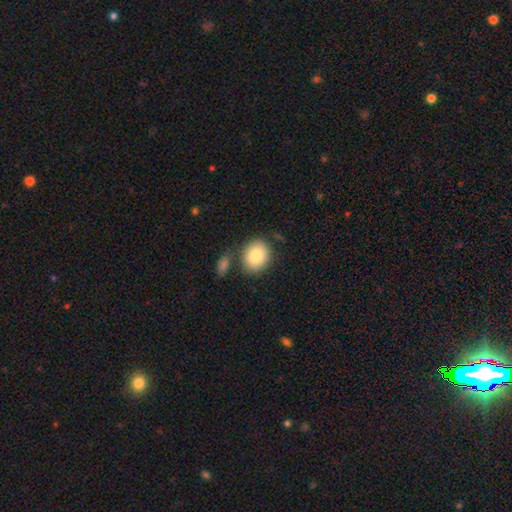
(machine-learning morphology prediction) Smooth or featured?
  - smooth: 85% *
  - featured or disk: 8%
  - star or artifact: 7%
How rounded?
  - round: 56% *
  - in between: 43%
  - cigar-shaped: 1%
Merging?
  - none: 71% *
  - minor disturbance: 13%
  - merger: 11%
  - major disturbance: 4%